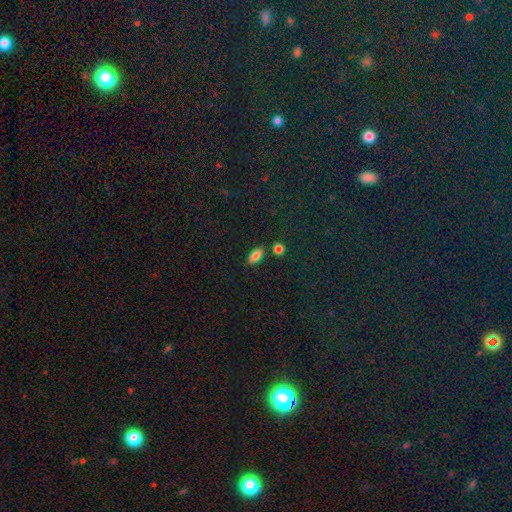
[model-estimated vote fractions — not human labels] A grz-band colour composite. It shows a smooth galaxy with no disk features (80%) that is in between round and cigar-shaped (82%). Merging: none (83%).